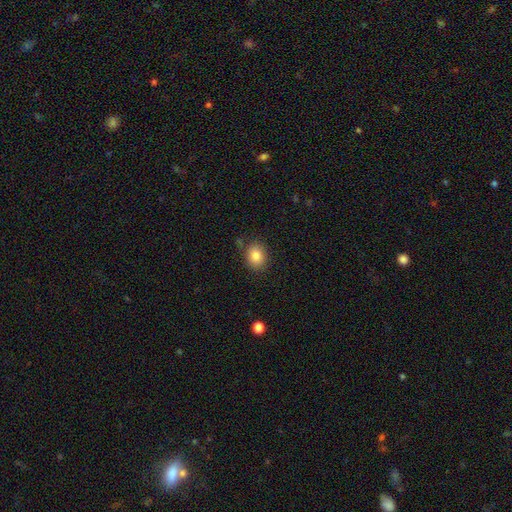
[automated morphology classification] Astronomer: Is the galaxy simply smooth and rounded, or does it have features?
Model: smooth — 84%.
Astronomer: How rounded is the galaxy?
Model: in between — 50% (runner-up: round, 49%).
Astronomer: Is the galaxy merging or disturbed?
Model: none — 82%.